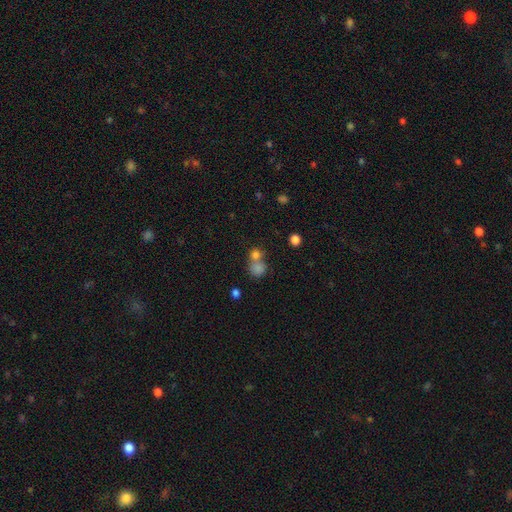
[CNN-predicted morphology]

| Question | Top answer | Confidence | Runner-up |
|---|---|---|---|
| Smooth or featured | smooth | 77% | star or artifact (14%) |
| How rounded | round | 85% | in between (14%) |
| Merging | merger | 45% | none (44%) |